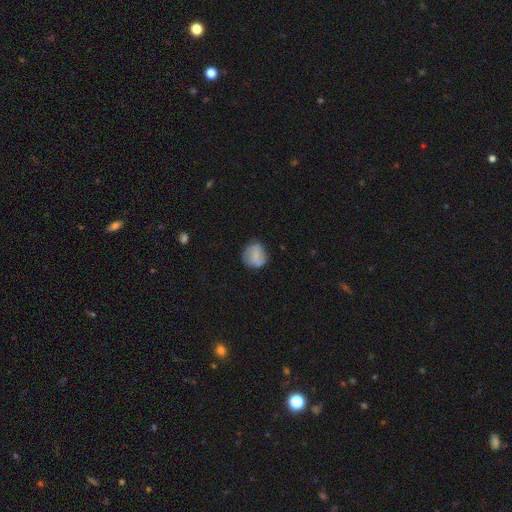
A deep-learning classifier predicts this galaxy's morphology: Smooth or featured? Predicted: smooth (p=0.69). How rounded? Predicted: round (p=0.84). Merging? Predicted: none (p=0.74).